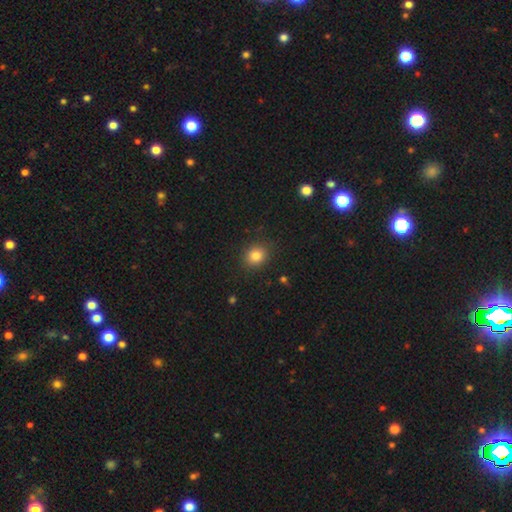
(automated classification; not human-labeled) Smooth or featured? Predicted: smooth (p=0.83). How rounded? Predicted: round (p=0.73). Merging? Predicted: none (p=0.88).